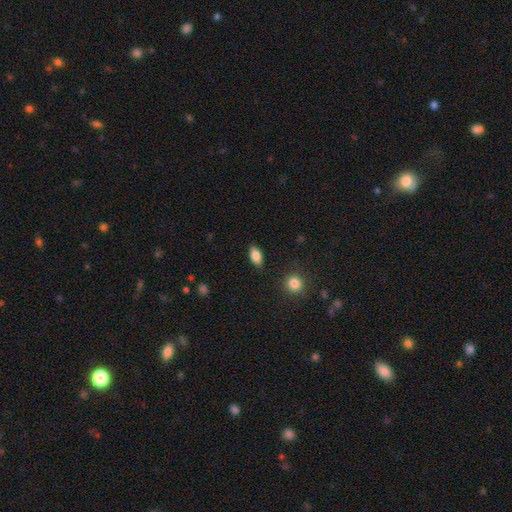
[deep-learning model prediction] This is clearly a smooth galaxy (84%). How rounded: clearly in between (89%). Merging: clearly none (86%).